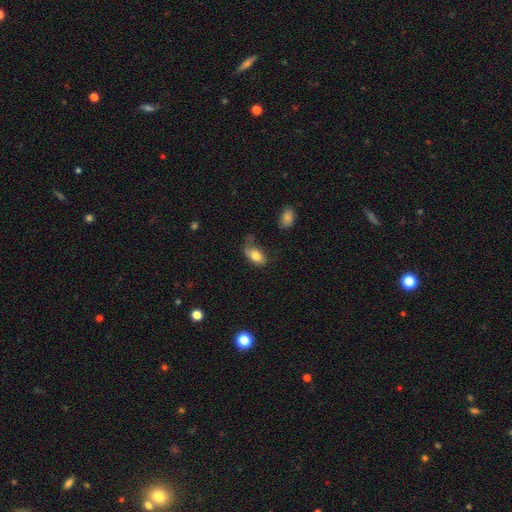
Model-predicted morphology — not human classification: smooth-or-featured: smooth: 78% | featured or disk: 14% | star or artifact: 8%
  how-rounded: in between: 89% | round: 8% | cigar-shaped: 3%
  merging: none: 36% | minor disturbance: 35% | major disturbance: 24% | merger: 5%